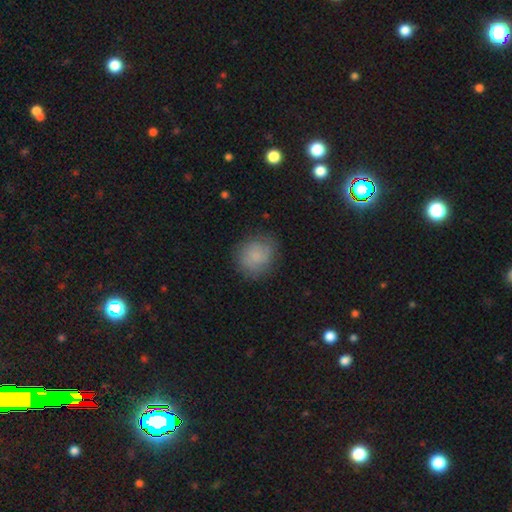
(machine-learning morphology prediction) This is likely a smooth galaxy (70%). How rounded: clearly round (80%). Merging: likely none (78%).